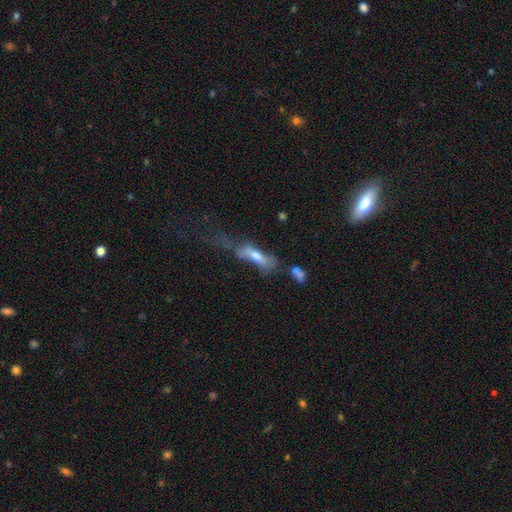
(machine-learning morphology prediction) smooth 44%, featured or disk 43%, star or artifact 13%. Down the decision tree: merging — major disturbance (43%).